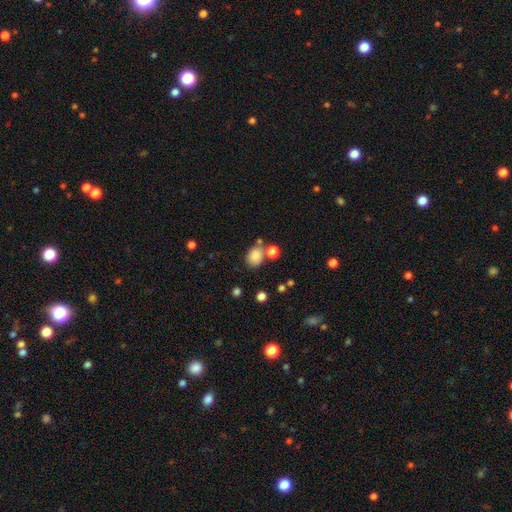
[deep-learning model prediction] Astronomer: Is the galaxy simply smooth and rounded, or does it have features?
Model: smooth — 83%.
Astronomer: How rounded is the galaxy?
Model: in between — 50% (runner-up: round, 49%).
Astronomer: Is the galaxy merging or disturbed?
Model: none — 65%.